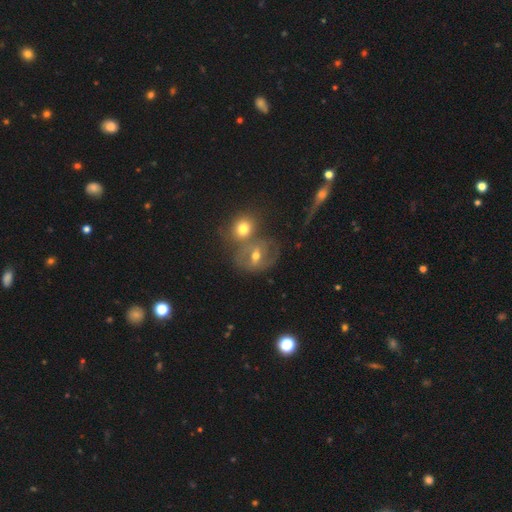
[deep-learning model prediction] Smooth or featured? featured or disk (50%)
Edge-on disk? no (94%)
Merging? none (41%)